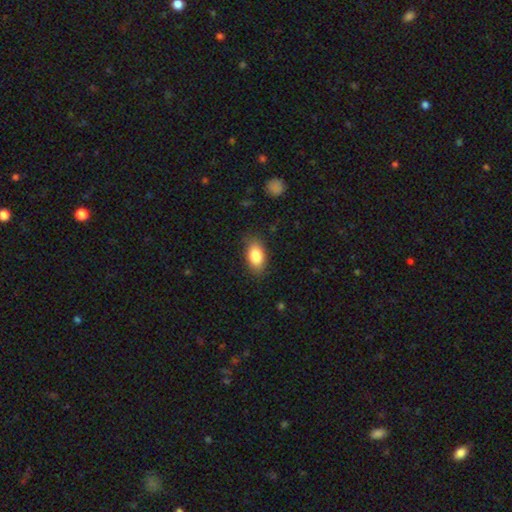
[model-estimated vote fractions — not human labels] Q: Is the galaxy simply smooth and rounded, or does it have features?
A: smooth — 85%.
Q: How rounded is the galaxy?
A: in between — 90%.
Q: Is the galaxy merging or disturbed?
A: none — 82%.